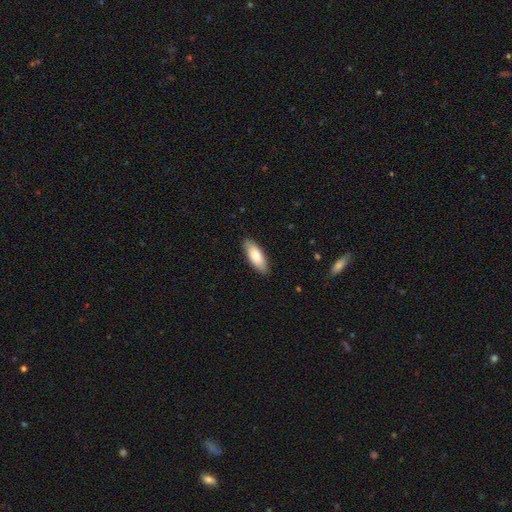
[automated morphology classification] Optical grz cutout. It shows a smooth galaxy with no disk features (82%) that is in between round and cigar-shaped (70%). Merging: none (87%).